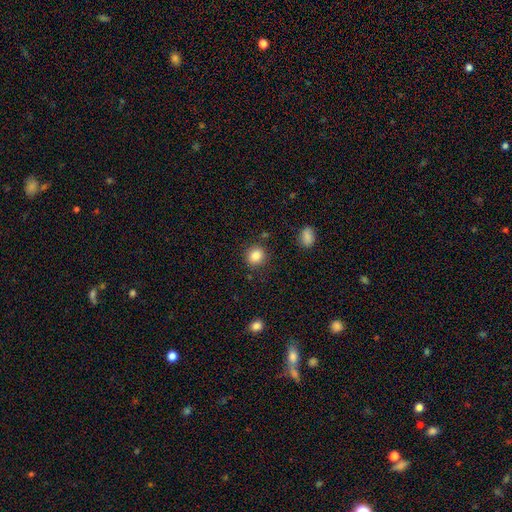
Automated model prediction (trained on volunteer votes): Smooth or featured? Predicted: smooth (p=0.85). How rounded? Predicted: round (p=0.81). Merging? Predicted: none (p=0.86).